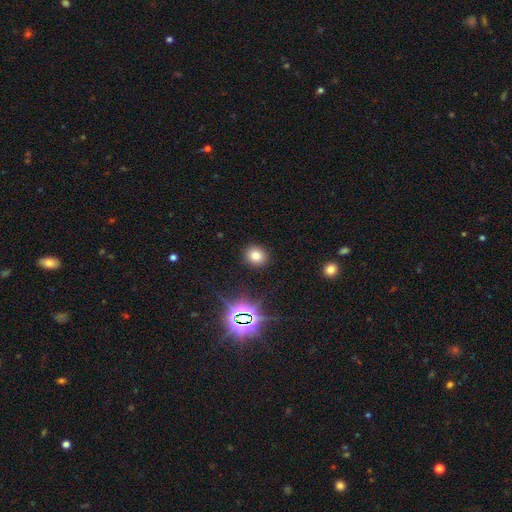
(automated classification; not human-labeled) This is likely a smooth galaxy (73%). How rounded: likely round (75%). Merging: clearly none (90%).